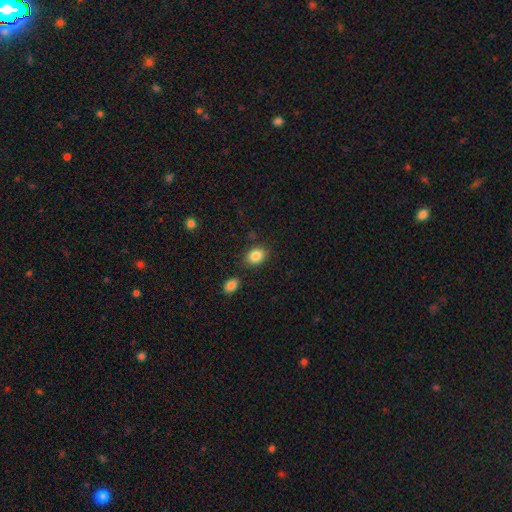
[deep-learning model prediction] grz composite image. It shows a smooth galaxy with no disk features (86%) that is in between round and cigar-shaped (69%). Merging: none (79%).